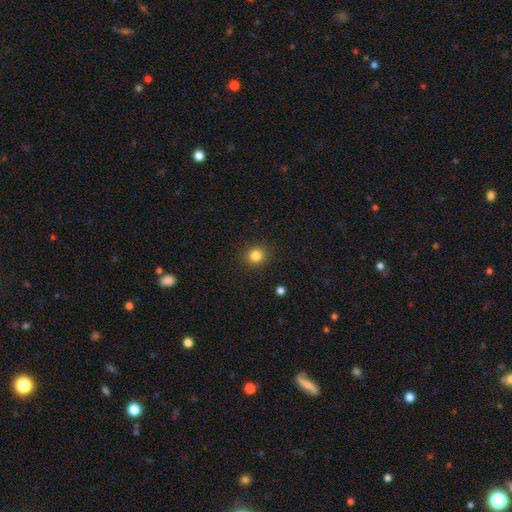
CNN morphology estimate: smooth 83%, star or artifact 12%, featured or disk 5%. Down the decision tree: how rounded — round (90%); merging — none (90%).